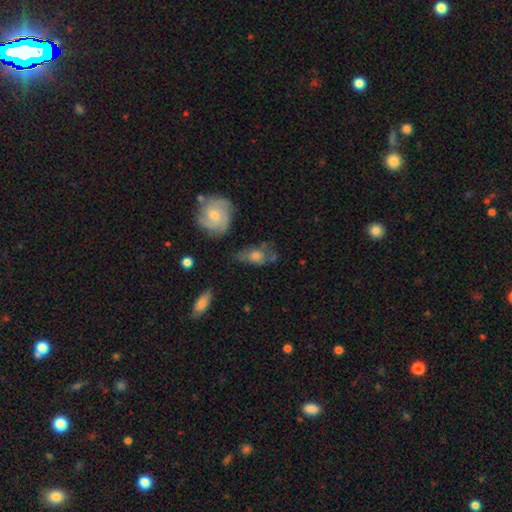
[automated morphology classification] Q: Smooth or featured?
A: smooth (49%); runner-up: featured or disk (41%)
Q: Merging?
A: none (47%); runner-up: minor disturbance (27%)